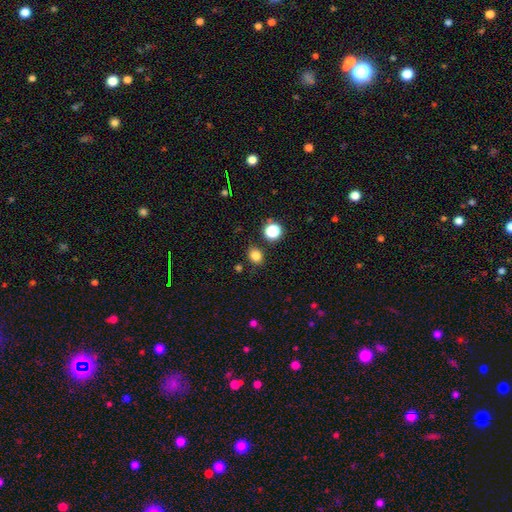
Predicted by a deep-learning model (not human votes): Smooth or featured? Predicted: smooth (p=0.81). How rounded? Predicted: round (p=0.63). Merging? Predicted: none (p=0.83).